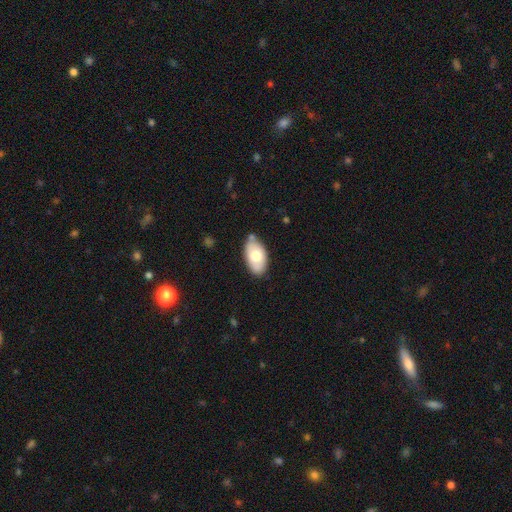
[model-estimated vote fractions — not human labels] Smooth or featured? Predicted: smooth (p=0.66). How rounded? Predicted: in between (p=0.94). Merging? Predicted: none (p=0.72).